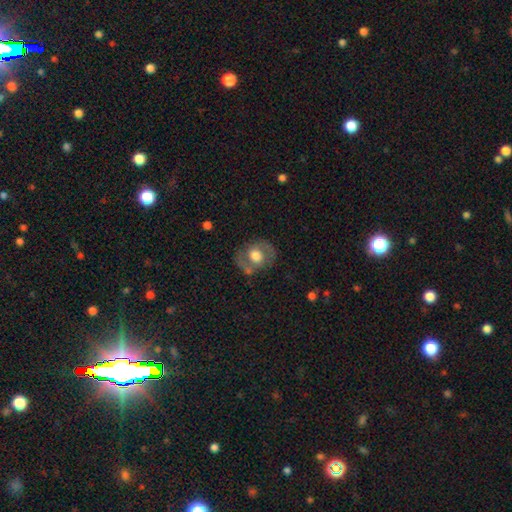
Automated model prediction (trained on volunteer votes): A featured or disk galaxy (51%).

Vote fractions:
- Smooth or featured? featured or disk: 51% / smooth: 42% / star or artifact: 7%
- Edge-on disk? no: 95% / yes: 5%
- Merging? none: 69% / minor disturbance: 18% / major disturbance: 8% / merger: 5%